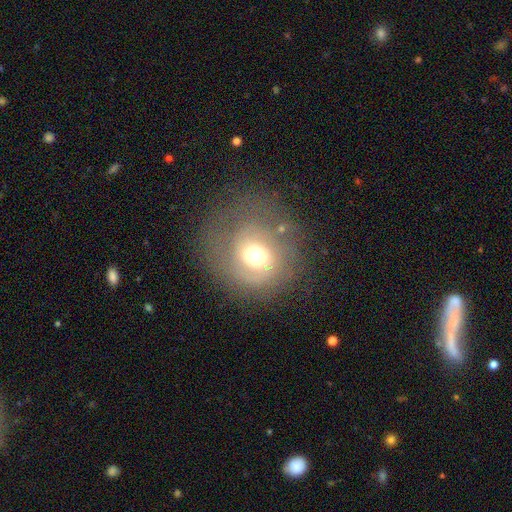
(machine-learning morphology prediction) This is possibly a featured or disk galaxy (47%). Merging: possibly none (57%).